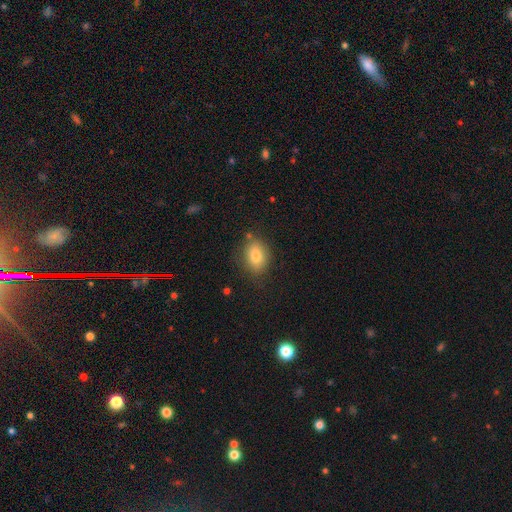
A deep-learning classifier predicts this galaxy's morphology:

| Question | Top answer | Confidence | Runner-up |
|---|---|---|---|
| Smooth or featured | smooth | 81% | featured or disk (10%) |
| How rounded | in between | 71% | round (27%) |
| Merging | none | 77% | minor disturbance (16%) |